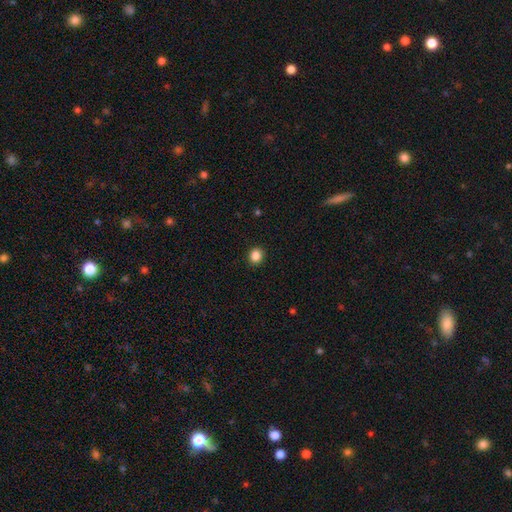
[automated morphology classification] A smooth galaxy with no disk features (86%) that is round (78%). Merging: none (92%).